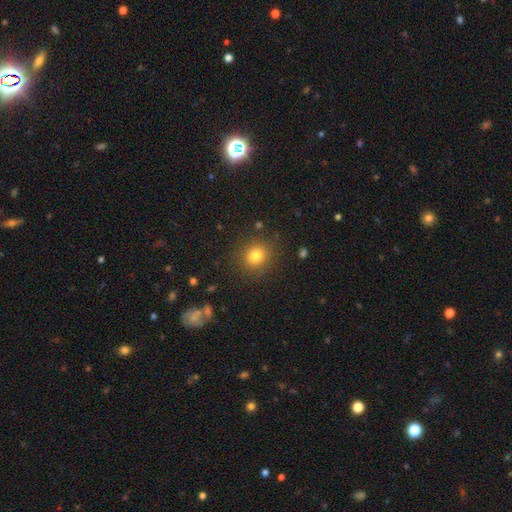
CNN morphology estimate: smooth 79%, star or artifact 13%, featured or disk 7%. Down the decision tree: how rounded — round (83%); merging — none (87%).